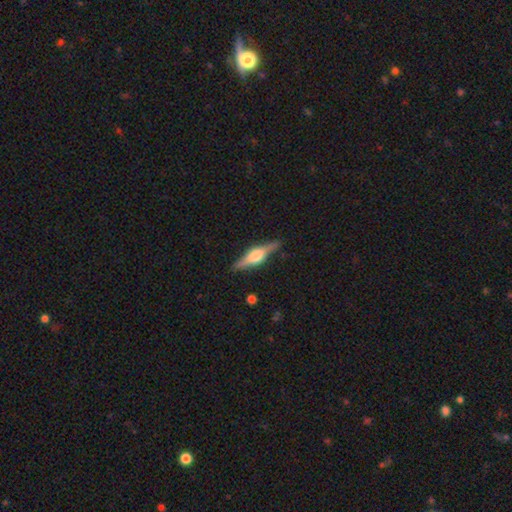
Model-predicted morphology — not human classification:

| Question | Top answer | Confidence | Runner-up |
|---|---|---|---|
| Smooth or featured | featured or disk | 73% | smooth (21%) |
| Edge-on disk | yes | 97% | no (3%) |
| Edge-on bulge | rounded | 86% | boxy (12%) |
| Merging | none | 87% | minor disturbance (10%) |